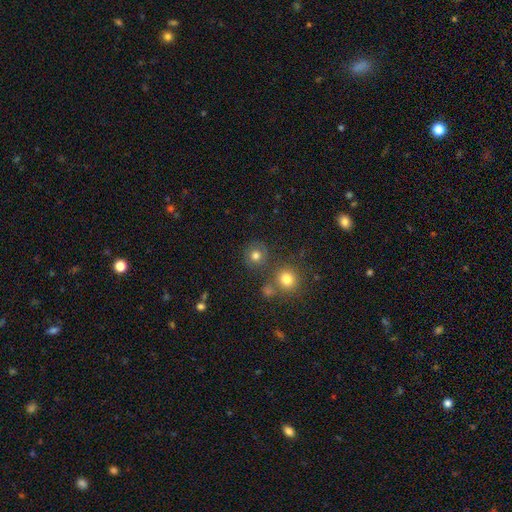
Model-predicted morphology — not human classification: smooth 75%, star or artifact 14%, featured or disk 10%. Down the decision tree: how rounded — round (90%); merging — none (78%).